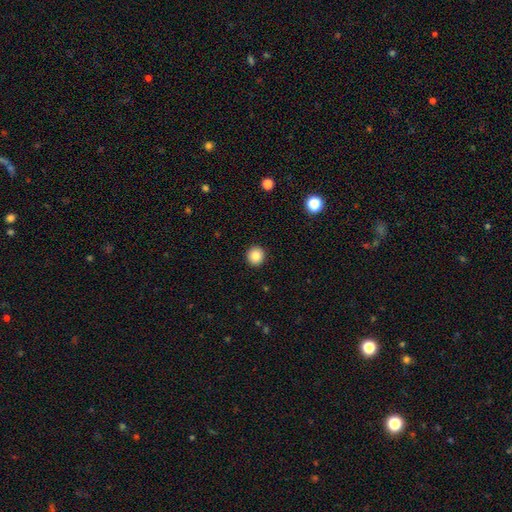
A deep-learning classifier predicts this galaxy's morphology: A smooth galaxy with no disk features (85%) that is round (93%). Merging: none (93%).